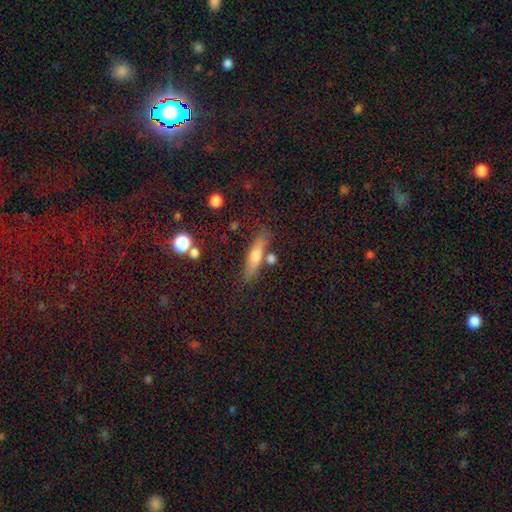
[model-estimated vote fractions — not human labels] Overall: smooth (53%; featured or disk 38%). How rounded: cigar-shaped (75%). Merging: none (75%).